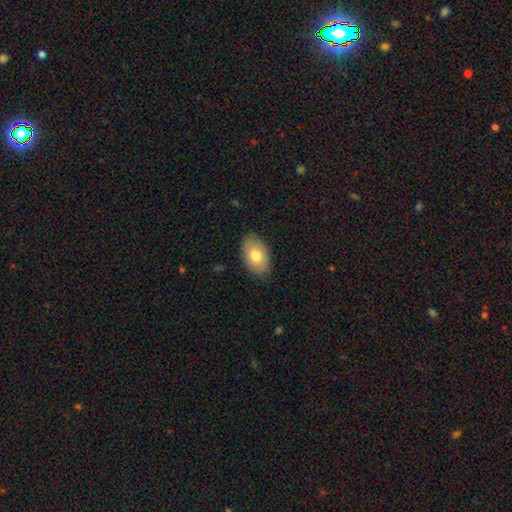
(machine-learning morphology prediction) This appears to be a smooth galaxy with no disk features (76%) that is in between round and cigar-shaped (92%). Merging: none (83%).